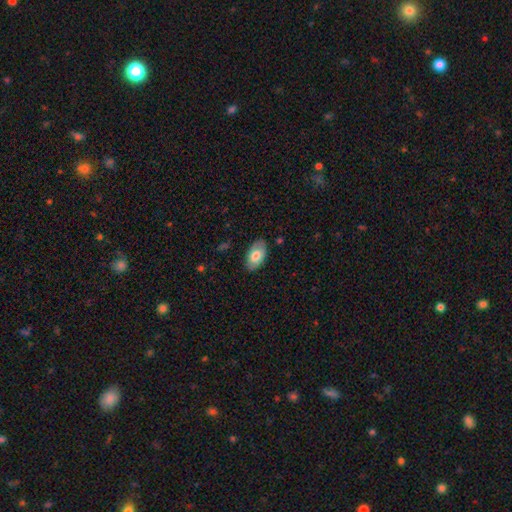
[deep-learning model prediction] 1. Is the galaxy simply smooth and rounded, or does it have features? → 69% smooth, 25% featured or disk, 6% star or artifact.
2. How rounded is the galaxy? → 94% in between, 4% round, 2% cigar-shaped.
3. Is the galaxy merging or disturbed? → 84% none, 12% minor disturbance, 3% major disturbance, 1% merger.